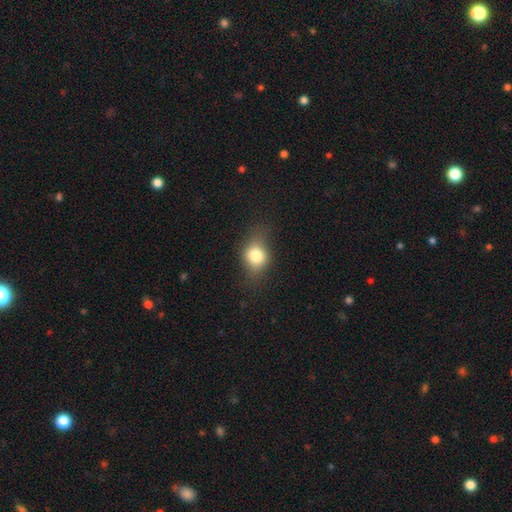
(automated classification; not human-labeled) Smooth or featured? Predicted: smooth (p=0.74). How rounded? Predicted: in between (p=0.49, tied with round). Merging? Predicted: none (p=0.65).